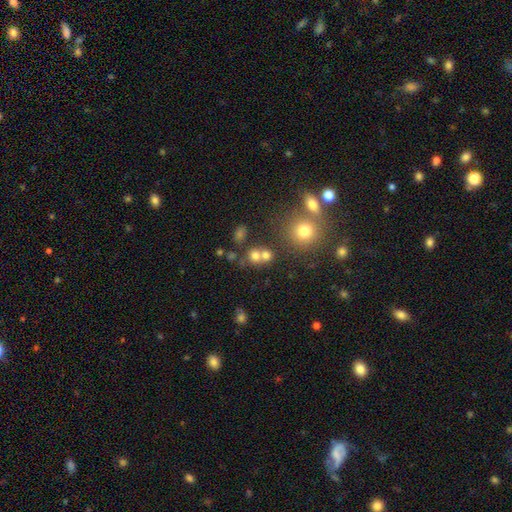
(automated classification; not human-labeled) Smooth or featured? Predicted: smooth (p=0.70). How rounded? Predicted: round (p=0.79). Merging? Predicted: none (p=0.44, tied with merger).